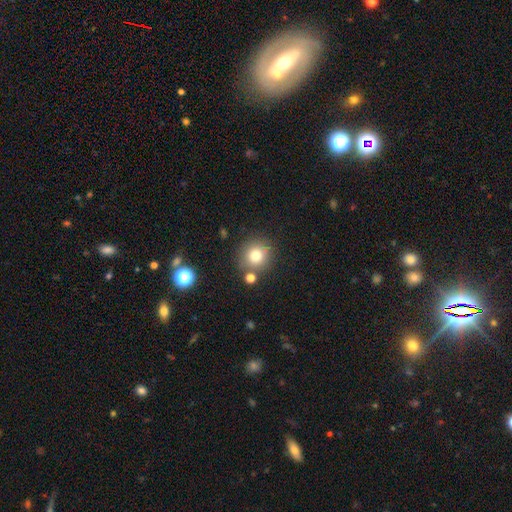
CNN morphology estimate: smooth-or-featured: smooth: 77% | star or artifact: 13% | featured or disk: 10%
  how-rounded: round: 91% | in between: 8% | cigar-shaped: 1%
  merging: none: 78% | minor disturbance: 10% | merger: 9% | major disturbance: 3%